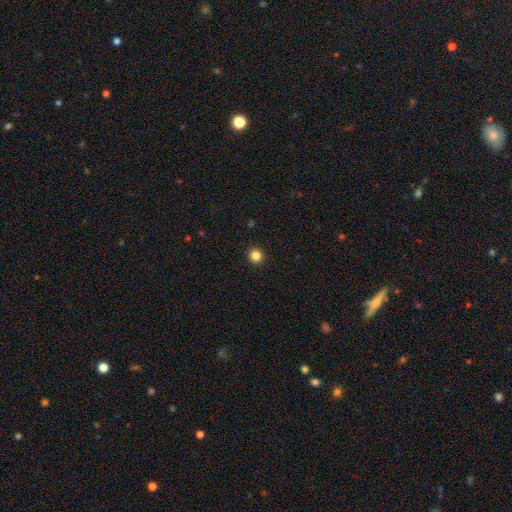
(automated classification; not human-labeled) Smooth or featured? smooth (85%)
How rounded? round (95%)
Merging? none (94%)